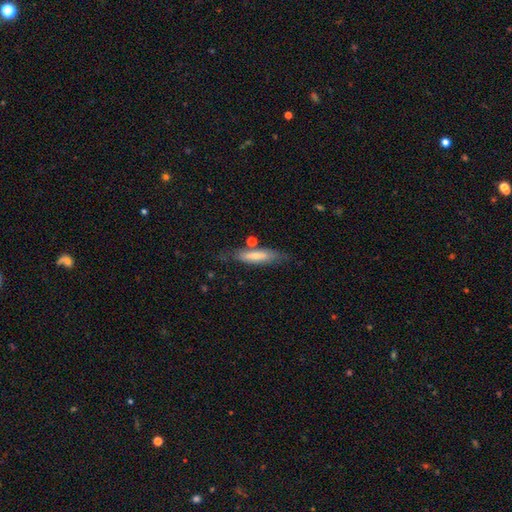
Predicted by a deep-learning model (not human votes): Smooth or featured? Predicted: smooth (p=0.61). How rounded? Predicted: cigar-shaped (p=0.67). Merging? Predicted: none (p=0.67).